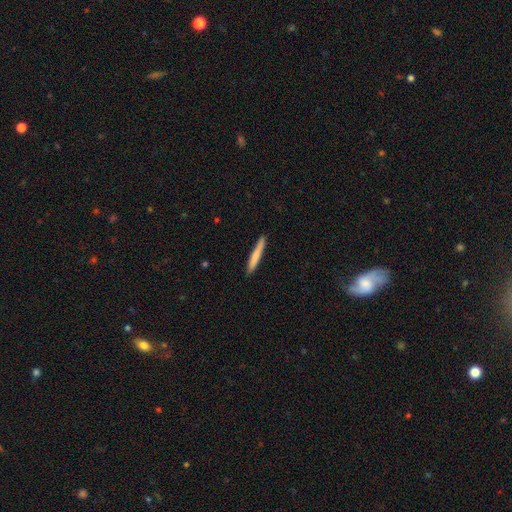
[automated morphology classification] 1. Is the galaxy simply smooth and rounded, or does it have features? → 76% smooth, 19% featured or disk, 5% star or artifact.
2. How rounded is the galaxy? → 96% cigar-shaped, 3% in between, 1% round.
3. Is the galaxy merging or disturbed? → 89% none, 9% minor disturbance, 1% major disturbance, 1% merger.